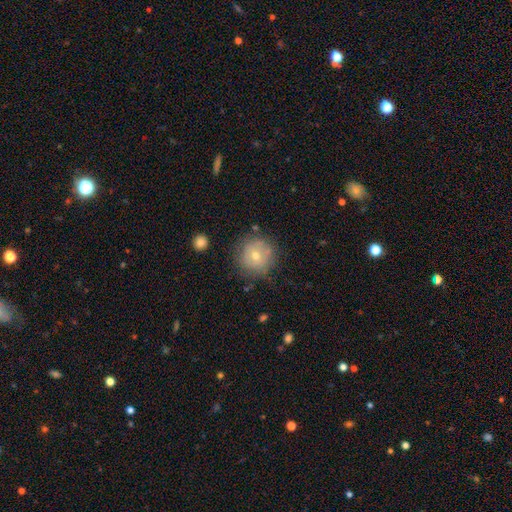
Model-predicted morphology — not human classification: This is possibly a smooth galaxy (58%). How rounded: clearly round (93%). Merging: likely none (79%).